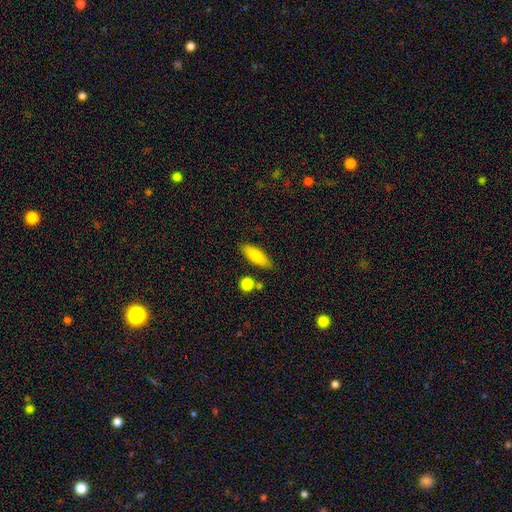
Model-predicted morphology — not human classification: The model was most divided on "how rounded": in between: 55%, cigar-shaped: 43%, round: 2%. More confident: smooth or featured — smooth (84%); merging — none (81%).